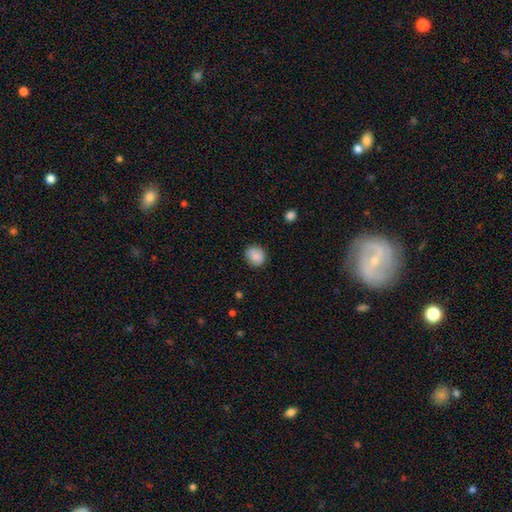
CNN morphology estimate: Smooth or featured? smooth (86%)
How rounded? round (75%)
Merging? none (85%)